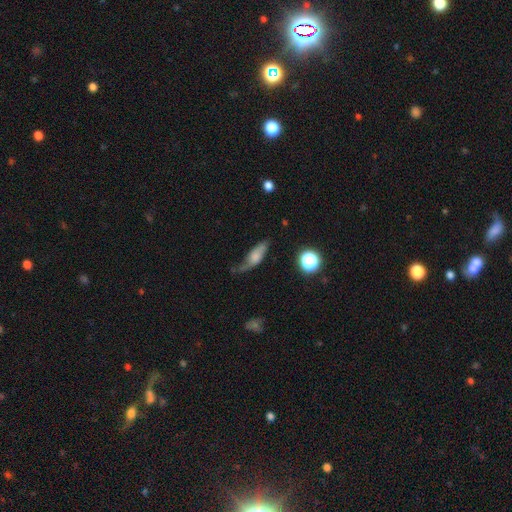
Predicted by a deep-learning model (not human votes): smooth 52%, featured or disk 38%, star or artifact 11%. Down the decision tree: how rounded — in between (62%); merging — none (39%).